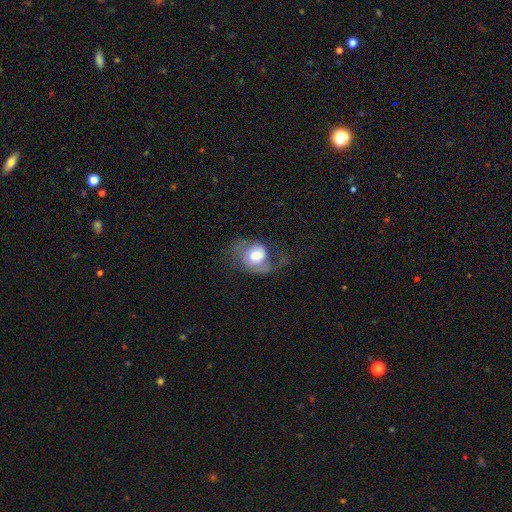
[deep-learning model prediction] Overall: featured or disk (50%; smooth 42%). Edge-on disk: no (96%). Merging: major disturbance (40%; none 35%).